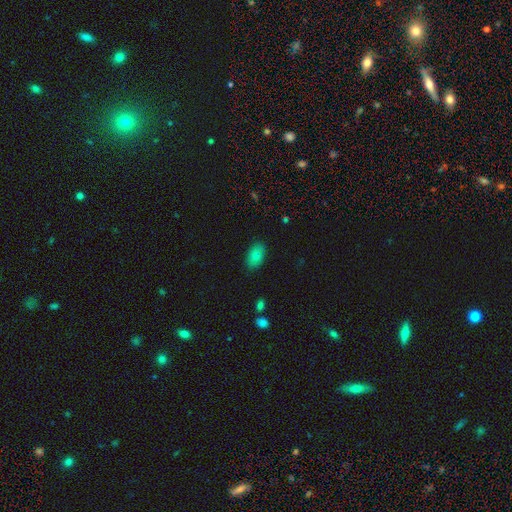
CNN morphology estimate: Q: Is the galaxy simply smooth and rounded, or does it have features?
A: smooth — 81%.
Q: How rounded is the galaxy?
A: in between — 90%.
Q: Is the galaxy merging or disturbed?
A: none — 84%.